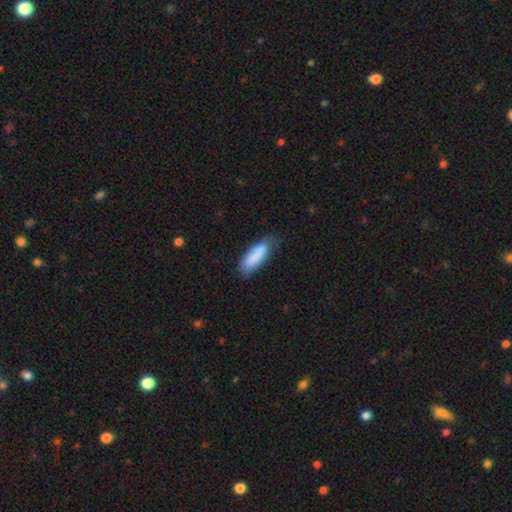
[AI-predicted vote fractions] A smooth galaxy with no disk features (84%) that is in between round and cigar-shaped (62%). Merging: none (59%).